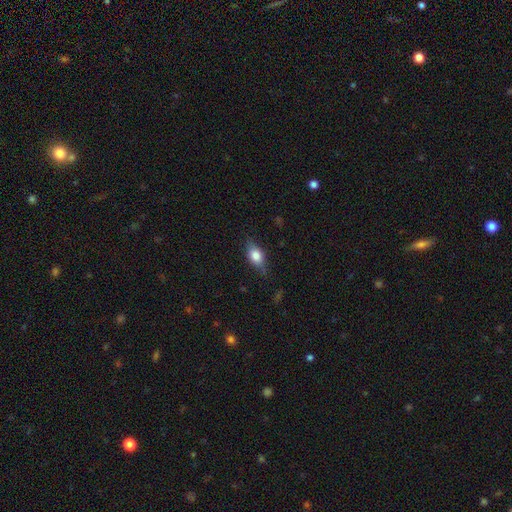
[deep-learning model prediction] Smooth or featured: smooth — 70% (featured or disk — 21%)
How rounded: in between — 78% (round — 15%)
Merging: none — 75% (minor disturbance — 20%)